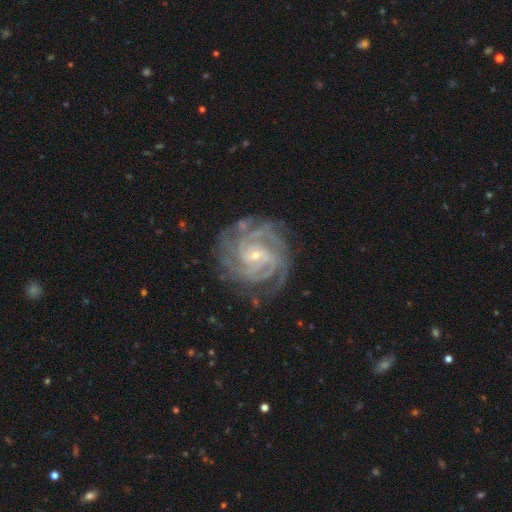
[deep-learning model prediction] This is clearly a featured or disk galaxy (92%). It is clearly not viewed edge-on (98%). Bar: possibly no (49%). Spiral arm pattern: clearly yes (98%). Spiral arm count: marginally 4 (33%). Spiral winding: likely tight (75%). Central bulge: likely small (80%). Merging: likely none (76%).